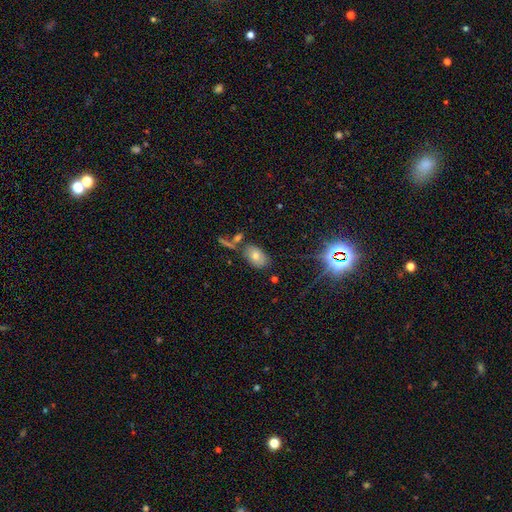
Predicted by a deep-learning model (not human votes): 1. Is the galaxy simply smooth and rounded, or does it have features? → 65% smooth, 18% star or artifact, 17% featured or disk.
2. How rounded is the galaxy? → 89% in between, 9% round, 2% cigar-shaped.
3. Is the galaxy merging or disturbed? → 71% none, 13% minor disturbance, 12% merger, 5% major disturbance.